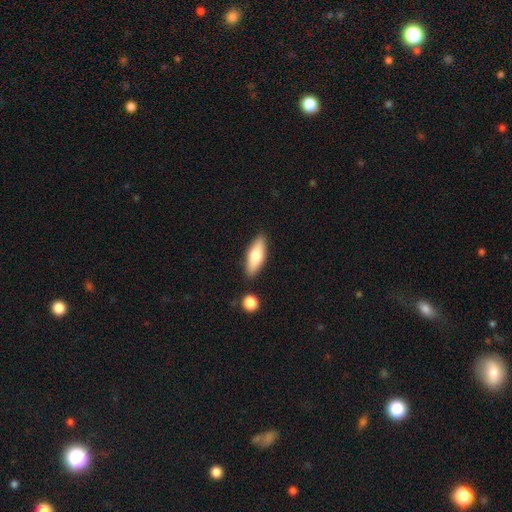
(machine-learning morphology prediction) Smooth or featured?
  - smooth: 68% *
  - featured or disk: 26%
  - star or artifact: 6%
How rounded?
  - in between: 65% *
  - cigar-shaped: 32%
  - round: 3%
Merging?
  - none: 84% *
  - minor disturbance: 10%
  - merger: 4%
  - major disturbance: 2%